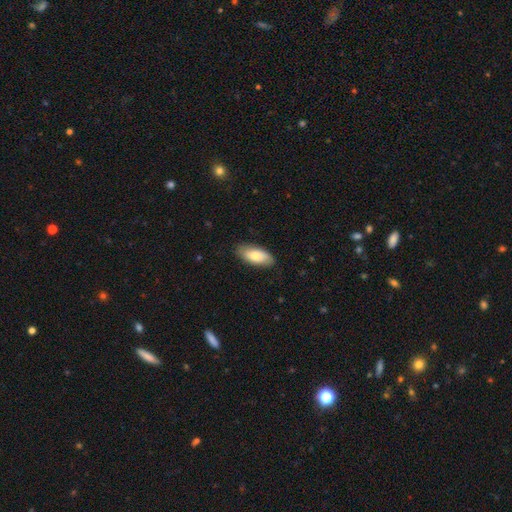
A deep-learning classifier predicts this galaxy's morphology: The model was most divided on "smooth or featured": smooth: 77%, featured or disk: 17%, star or artifact: 6%. More confident: how rounded — in between (88%); merging — none (84%).